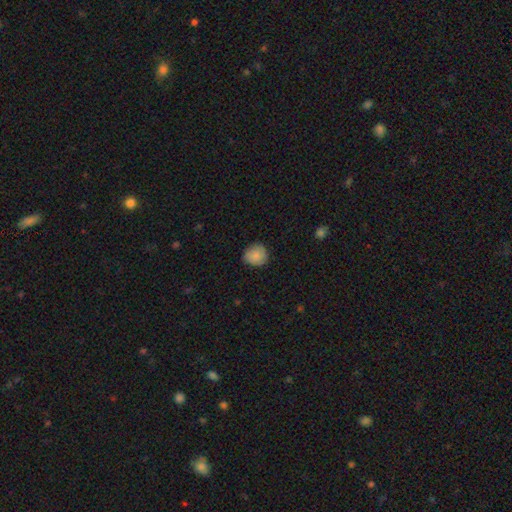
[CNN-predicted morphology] Q: Smooth or featured?
A: smooth (83%); runner-up: featured or disk (10%)
Q: How rounded?
A: round (84%); runner-up: in between (15%)
Q: Merging?
A: none (76%); runner-up: minor disturbance (20%)